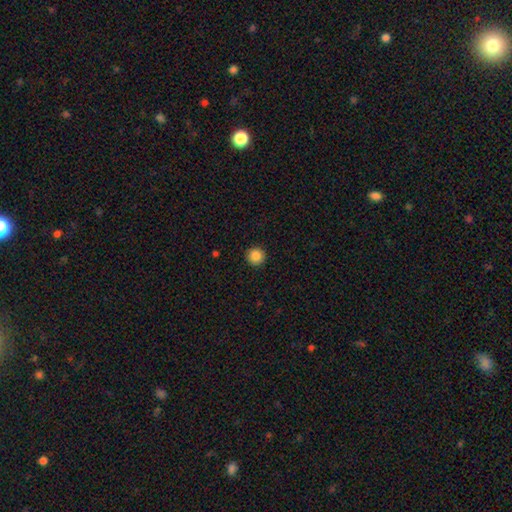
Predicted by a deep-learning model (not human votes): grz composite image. It shows a smooth galaxy with no disk features (87%) that is round (96%). Merging: none (93%).